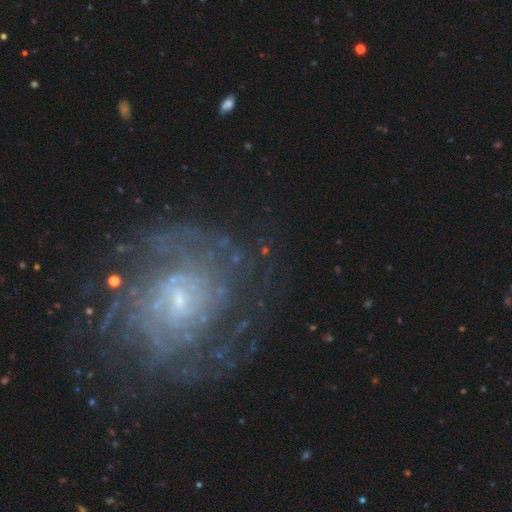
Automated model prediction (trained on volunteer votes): The model was most divided on "bar": no: 58%, weak: 33%, strong: 9%. Remaining: edge-on disk — no (97%); spiral arms — yes (89%); smooth or featured — featured or disk (80%); bulge size — small (75%); merging — none (74%); spiral winding — tight (67%); spiral arm count — can't tell (48%).